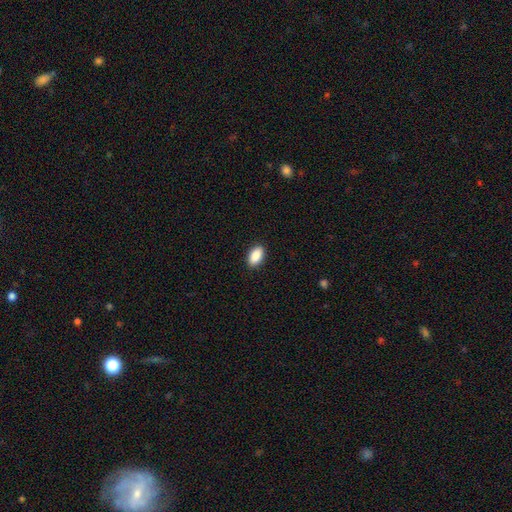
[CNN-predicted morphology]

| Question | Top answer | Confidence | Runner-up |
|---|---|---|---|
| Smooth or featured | smooth | 90% | star or artifact (7%) |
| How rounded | in between | 93% | round (4%) |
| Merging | none | 90% | minor disturbance (7%) |